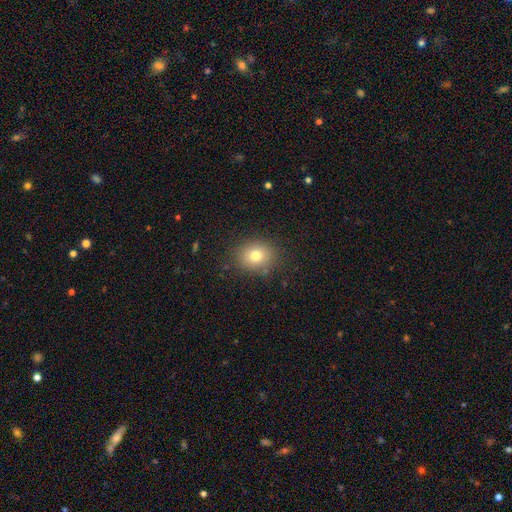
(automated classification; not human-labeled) Smooth or featured: smooth — 77% (star or artifact — 13%)
How rounded: round — 65% (in between — 34%)
Merging: none — 84% (minor disturbance — 11%)